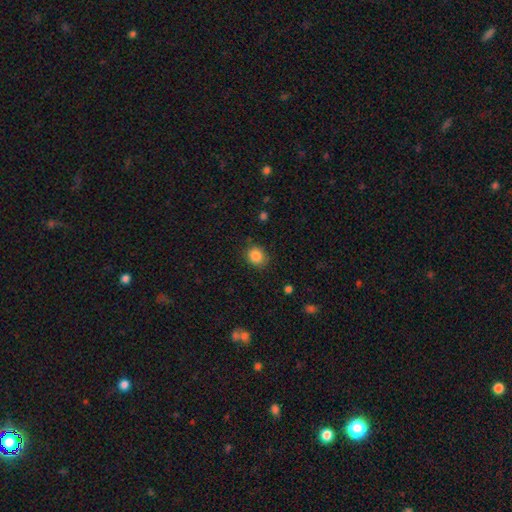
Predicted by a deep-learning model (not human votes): smooth-or-featured: smooth: 86% | star or artifact: 10% | featured or disk: 4%
  how-rounded: round: 71% | in between: 28% | cigar-shaped: 1%
  merging: none: 82% | minor disturbance: 13% | major disturbance: 3% | merger: 1%